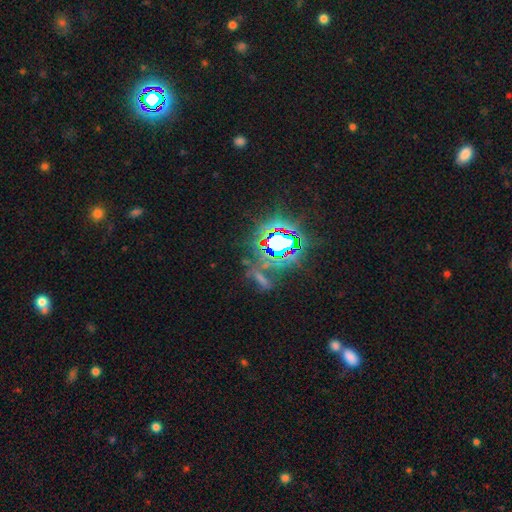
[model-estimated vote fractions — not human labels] This is clearly a star or artifact rather than a galaxy (82%).